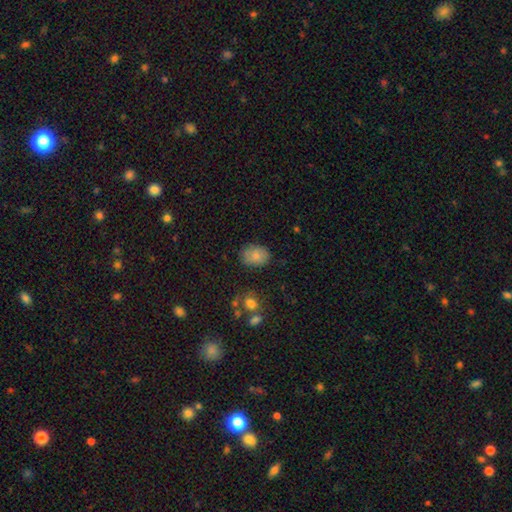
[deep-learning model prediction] smooth 82%, featured or disk 10%, star or artifact 8%. Down the decision tree: how rounded — in between (68%); merging — none (79%).